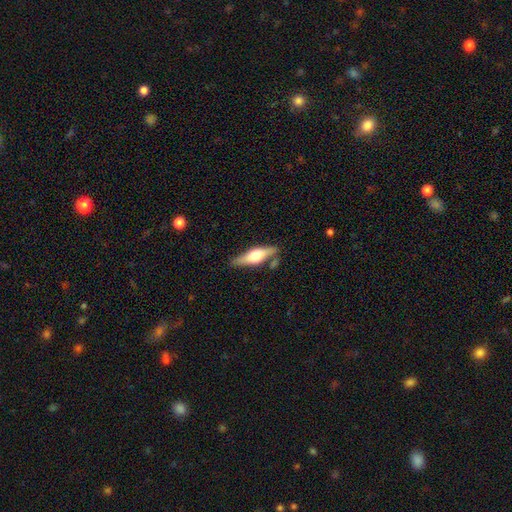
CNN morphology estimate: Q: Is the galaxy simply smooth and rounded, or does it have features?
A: featured or disk — 56%.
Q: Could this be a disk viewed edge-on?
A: yes — 91%.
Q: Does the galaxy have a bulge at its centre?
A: rounded — 93%.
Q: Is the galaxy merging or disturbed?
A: none — 76%.